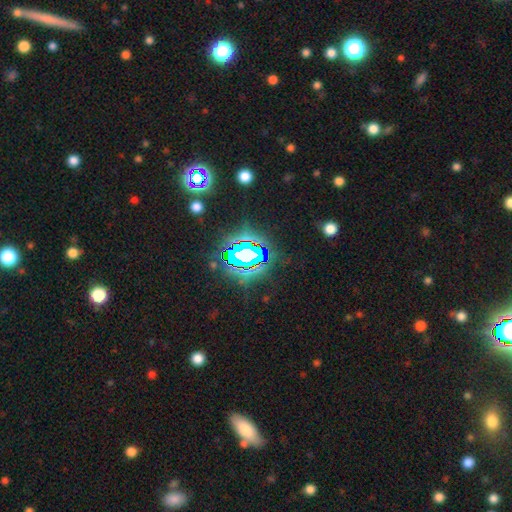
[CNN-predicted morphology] Smooth or featured? Predicted: star or artifact (p=0.82).